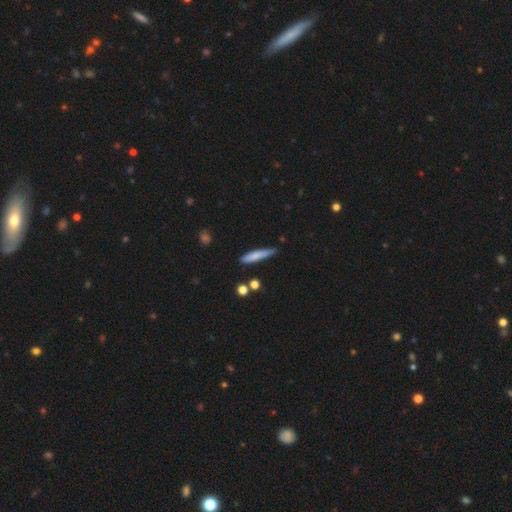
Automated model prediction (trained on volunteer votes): smooth-or-featured: smooth: 68% | featured or disk: 25% | star or artifact: 7%
  how-rounded: cigar-shaped: 89% | in between: 9% | round: 2%
  merging: none: 76% | minor disturbance: 17% | merger: 4% | major disturbance: 3%